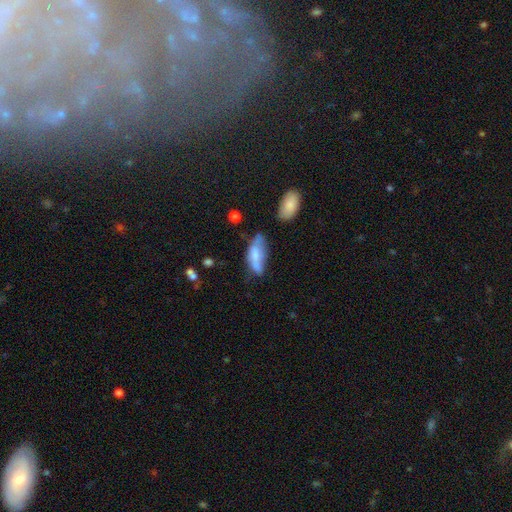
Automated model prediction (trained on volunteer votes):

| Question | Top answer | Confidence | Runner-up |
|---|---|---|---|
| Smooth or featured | smooth | 66% | featured or disk (27%) |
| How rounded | in between | 74% | cigar-shaped (24%) |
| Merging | none | 35% | minor disturbance (34%) |